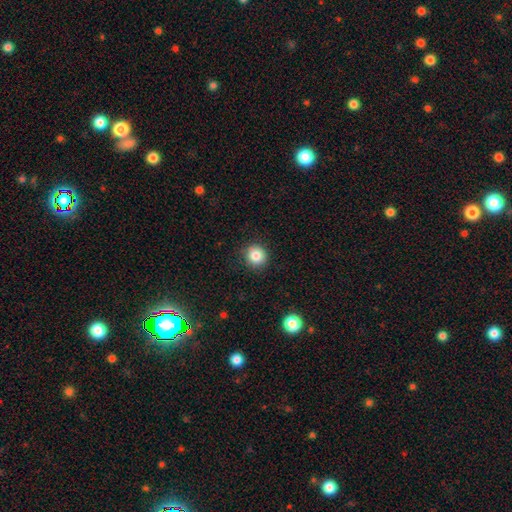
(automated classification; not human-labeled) Overall: smooth (84%). How rounded: round (92%). Merging: none (90%).